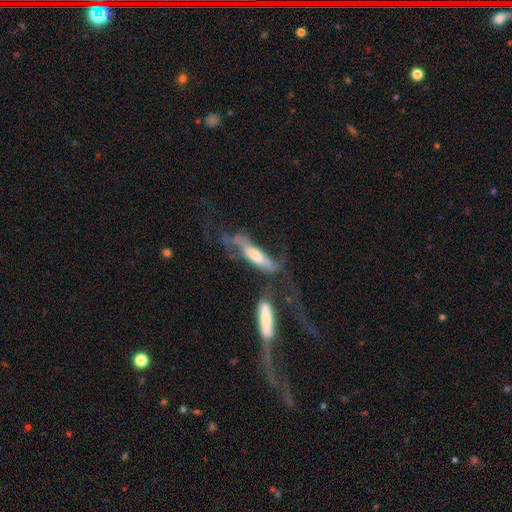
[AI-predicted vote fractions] Smooth or featured: featured or disk — 60% (smooth — 31%)
Edge-on disk: no — 52% (yes — 48%)
Merging: merger — 37% (major disturbance — 29%)